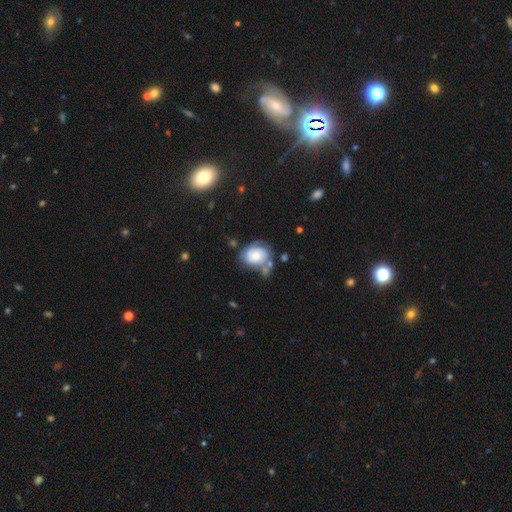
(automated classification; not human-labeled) Q: Smooth or featured?
A: featured or disk (51%); runner-up: smooth (41%)
Q: Edge-on disk?
A: no (97%); runner-up: yes (3%)
Q: Merging?
A: none (42%); runner-up: minor disturbance (27%)